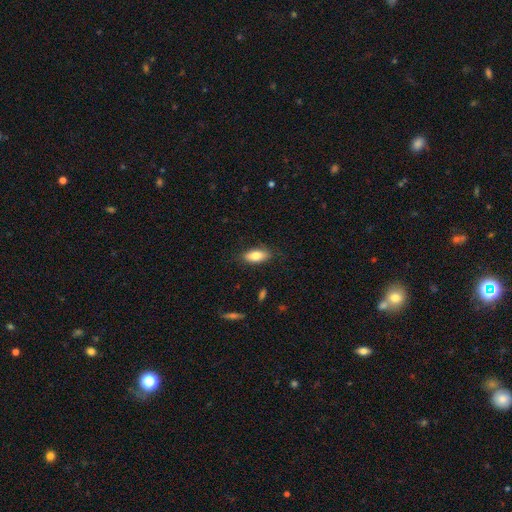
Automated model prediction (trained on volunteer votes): Smooth or featured?
  - smooth: 82% *
  - featured or disk: 11%
  - star or artifact: 7%
How rounded?
  - in between: 88% *
  - cigar-shaped: 9%
  - round: 3%
Merging?
  - none: 84% *
  - minor disturbance: 12%
  - major disturbance: 3%
  - merger: 1%